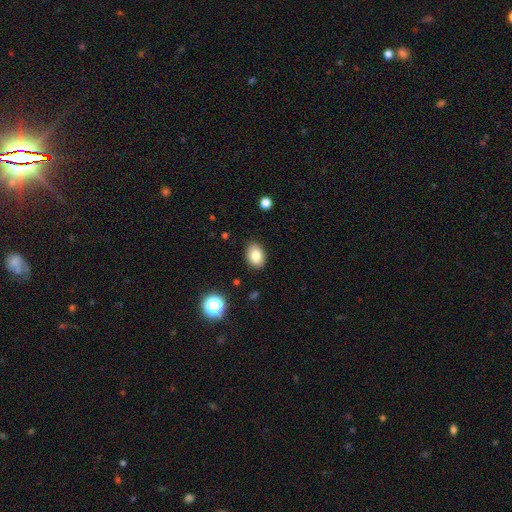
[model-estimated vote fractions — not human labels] smooth-or-featured: smooth: 83% | star or artifact: 9% | featured or disk: 8%
  how-rounded: in between: 79% | round: 20% | cigar-shaped: 1%
  merging: none: 87% | minor disturbance: 9% | major disturbance: 2% | merger: 1%